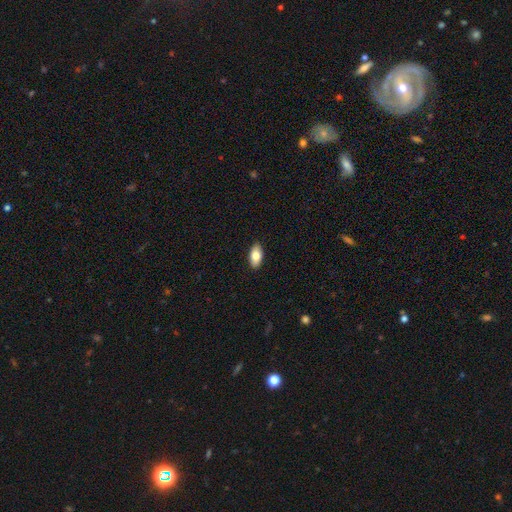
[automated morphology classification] Smooth or featured?
  - smooth: 80% *
  - featured or disk: 13%
  - star or artifact: 7%
How rounded?
  - in between: 92% *
  - cigar-shaped: 5%
  - round: 3%
Merging?
  - none: 90% *
  - minor disturbance: 7%
  - major disturbance: 2%
  - merger: 1%